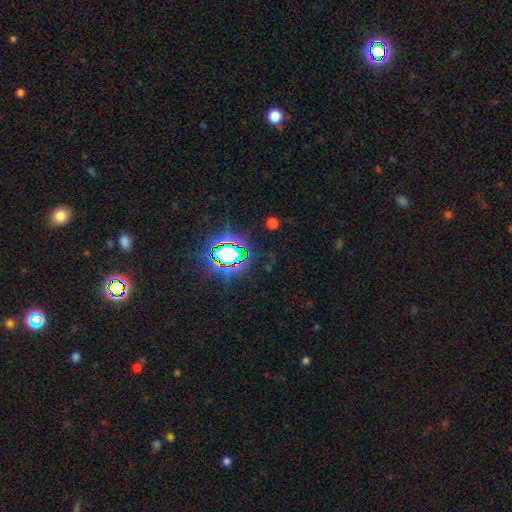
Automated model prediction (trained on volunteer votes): A star or artifact, not a galaxy (81%).